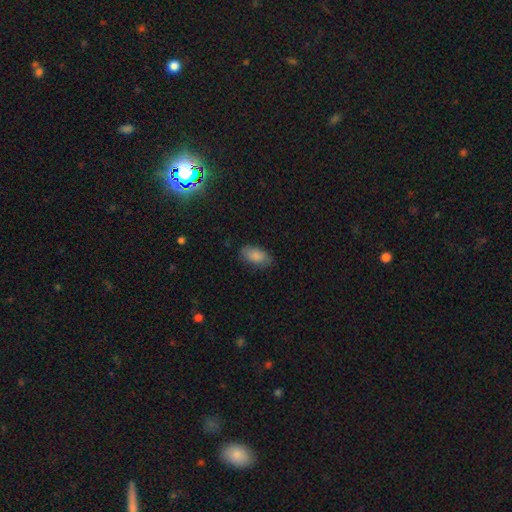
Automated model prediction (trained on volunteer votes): smooth 86%, star or artifact 7%, featured or disk 7%. Down the decision tree: how rounded — in between (93%); merging — none (78%).